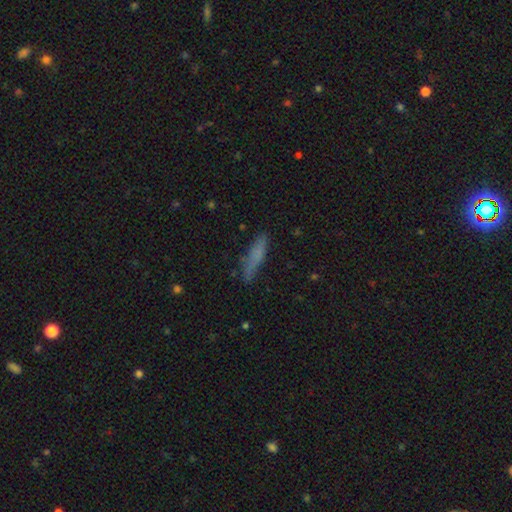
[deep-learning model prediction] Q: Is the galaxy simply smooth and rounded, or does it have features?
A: smooth — 70%.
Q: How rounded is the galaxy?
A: cigar-shaped — 86%.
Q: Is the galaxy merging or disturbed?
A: none — 76%.